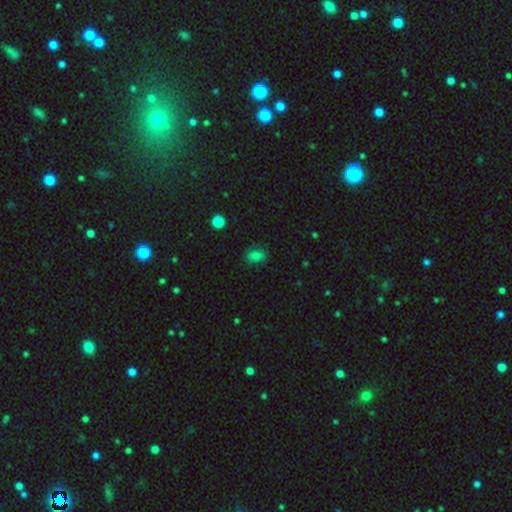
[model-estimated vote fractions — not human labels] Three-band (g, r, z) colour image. It shows a smooth galaxy with no disk features (79%) that is in between round and cigar-shaped (71%). Merging: none (83%).